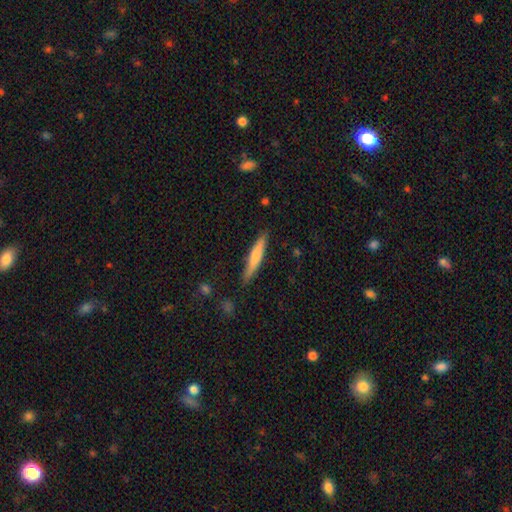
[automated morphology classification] smooth 66%, featured or disk 28%, star or artifact 5%. Down the decision tree: how rounded — cigar-shaped (91%); merging — none (85%).